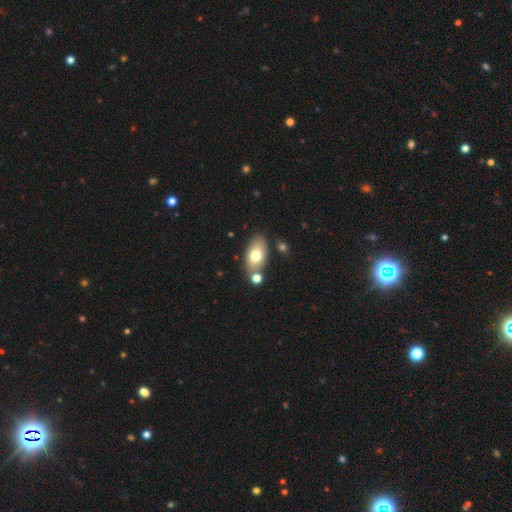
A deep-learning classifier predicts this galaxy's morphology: smooth 73%, featured or disk 20%, star or artifact 8%. Down the decision tree: how rounded — in between (90%); merging — none (67%).